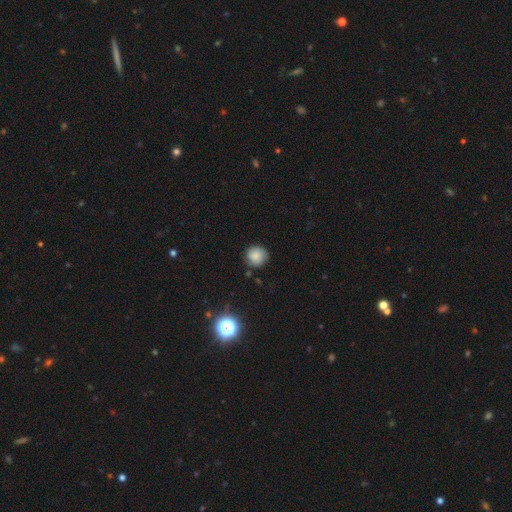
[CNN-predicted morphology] Smooth or featured? smooth (81%)
How rounded? round (92%)
Merging? none (81%)